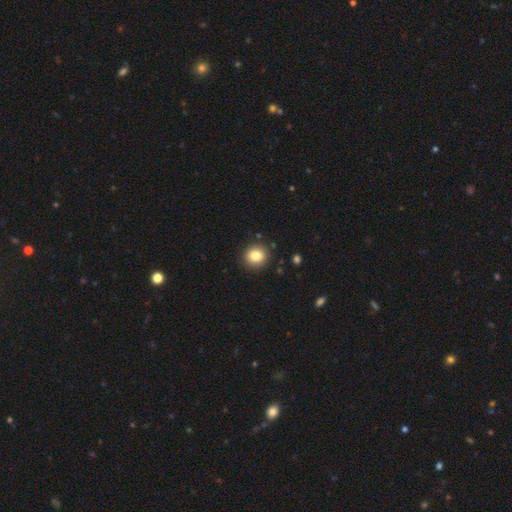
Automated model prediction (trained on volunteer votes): Smooth or featured: smooth — 83% (star or artifact — 10%)
How rounded: round — 84% (in between — 15%)
Merging: none — 89% (minor disturbance — 7%)